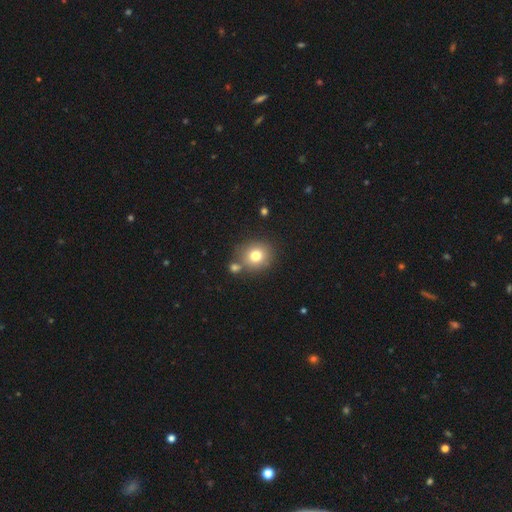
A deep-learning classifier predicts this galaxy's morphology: type=smooth (77%); roundness=round (84%); merging=none (71%).